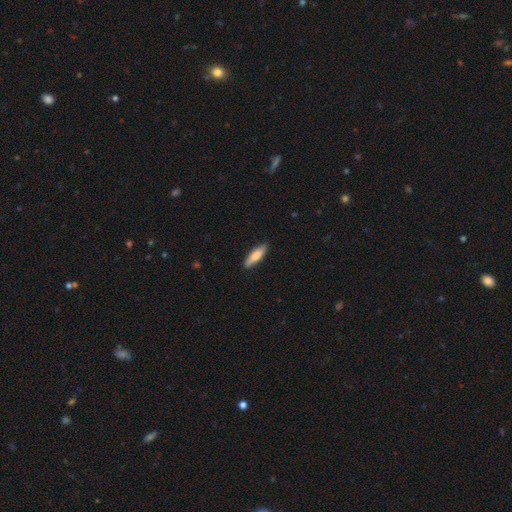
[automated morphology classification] smooth 75%, featured or disk 19%, star or artifact 5%. Down the decision tree: how rounded — cigar-shaped (58%); merging — none (88%).